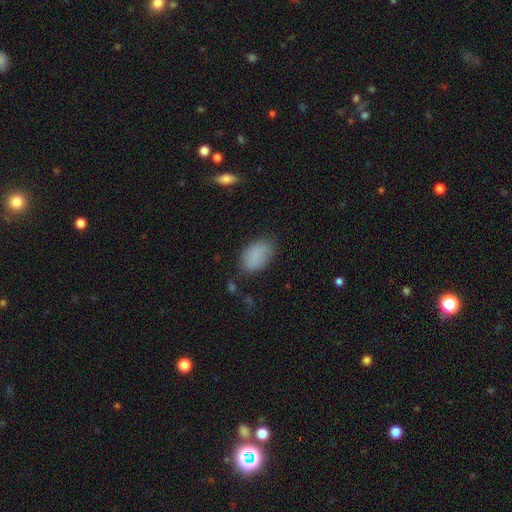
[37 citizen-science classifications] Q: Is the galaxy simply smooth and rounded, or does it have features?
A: smooth — 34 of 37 (92%).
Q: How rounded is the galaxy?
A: in between — 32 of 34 (94%).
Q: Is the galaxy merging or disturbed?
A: none — 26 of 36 (72%).